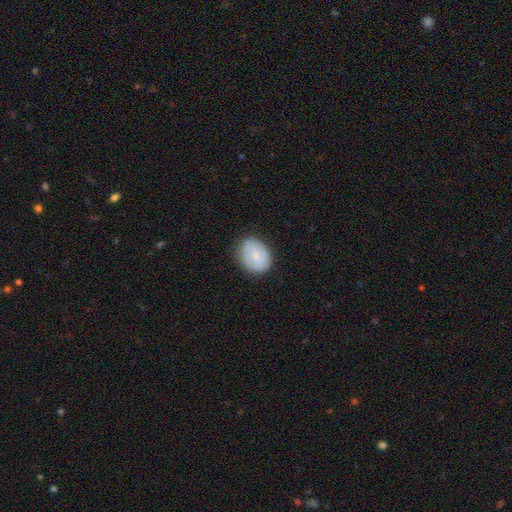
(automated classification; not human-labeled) Smooth or featured? Predicted: smooth (p=0.73). How rounded? Predicted: in between (p=0.52). Merging? Predicted: none (p=0.76).